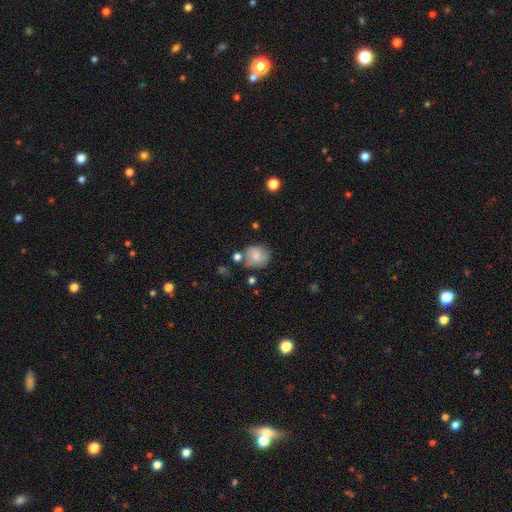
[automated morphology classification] This appears to be a smooth galaxy with no disk features (66%) that is round (76%). Merging: none (60%).